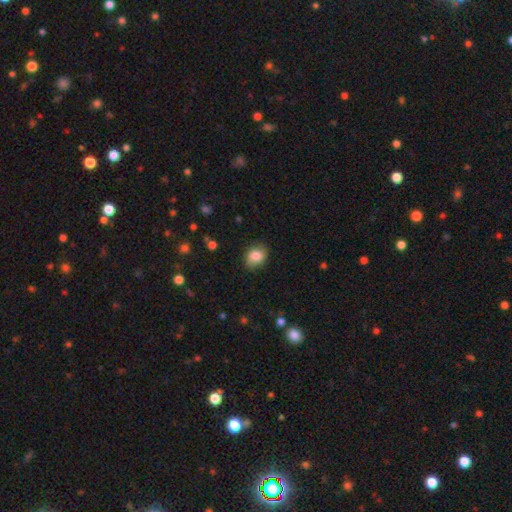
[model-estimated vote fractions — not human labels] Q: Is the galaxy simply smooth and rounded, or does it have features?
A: smooth — 82%.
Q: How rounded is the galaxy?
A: in between — 50%.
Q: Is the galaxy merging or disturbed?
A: none — 81%.